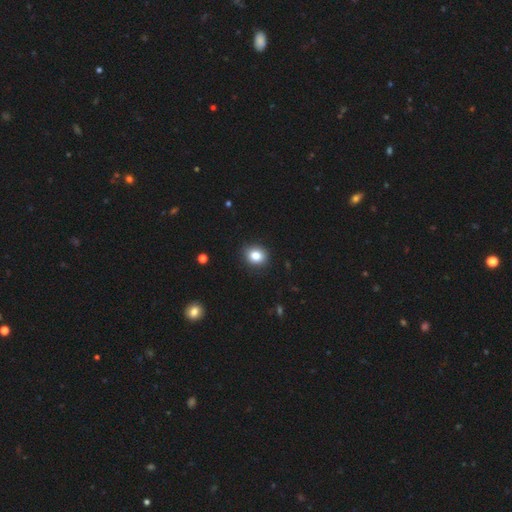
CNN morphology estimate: Smooth or featured? Predicted: smooth (p=0.84). How rounded? Predicted: round (p=0.59). Merging? Predicted: none (p=0.87).